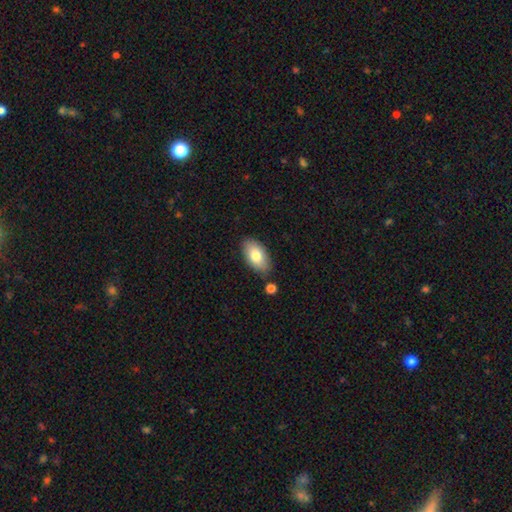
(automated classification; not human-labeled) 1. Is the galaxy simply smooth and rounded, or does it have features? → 79% smooth, 15% featured or disk, 6% star or artifact.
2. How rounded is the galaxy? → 94% in between, 4% round, 2% cigar-shaped.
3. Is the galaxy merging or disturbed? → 81% none, 12% minor disturbance, 4% merger, 3% major disturbance.